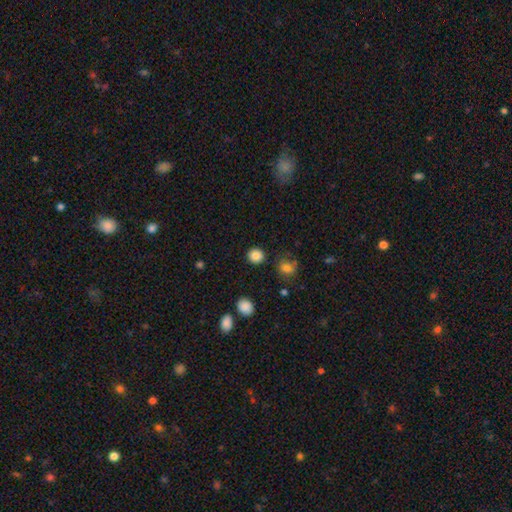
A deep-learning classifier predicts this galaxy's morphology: Smooth or featured? smooth (86%)
How rounded? round (89%)
Merging? none (89%)